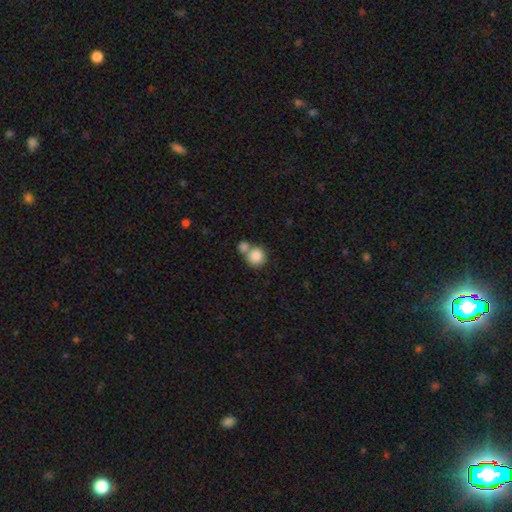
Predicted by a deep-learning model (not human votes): smooth 85%, star or artifact 8%, featured or disk 7%. Down the decision tree: how rounded — round (86%); merging — merger (47%).